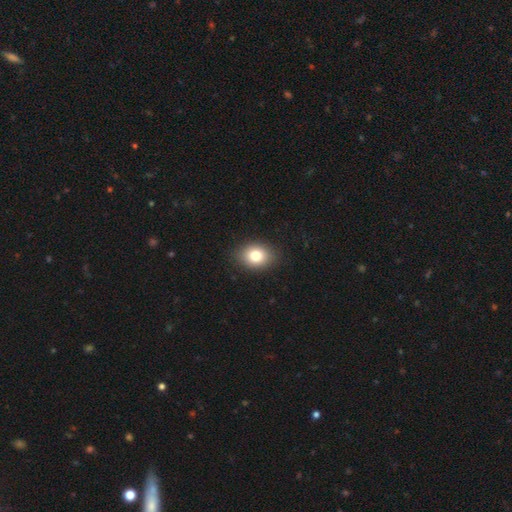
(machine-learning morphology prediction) Smooth or featured? Predicted: smooth (p=0.80). How rounded? Predicted: in between (p=0.53). Merging? Predicted: none (p=0.88).